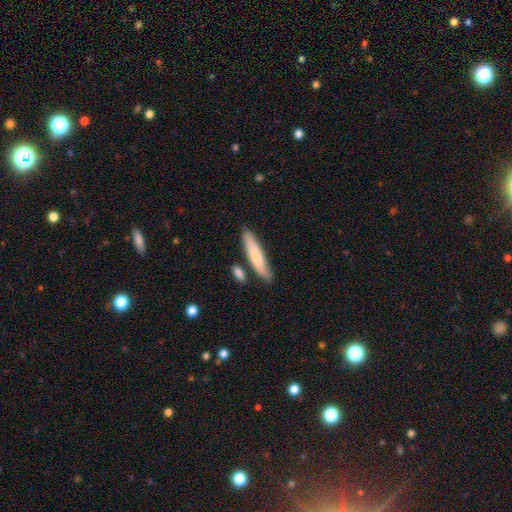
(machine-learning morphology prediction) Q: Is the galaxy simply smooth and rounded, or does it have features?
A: smooth — 73%.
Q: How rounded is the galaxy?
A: cigar-shaped — 81%.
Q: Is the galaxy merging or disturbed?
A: none — 73%.